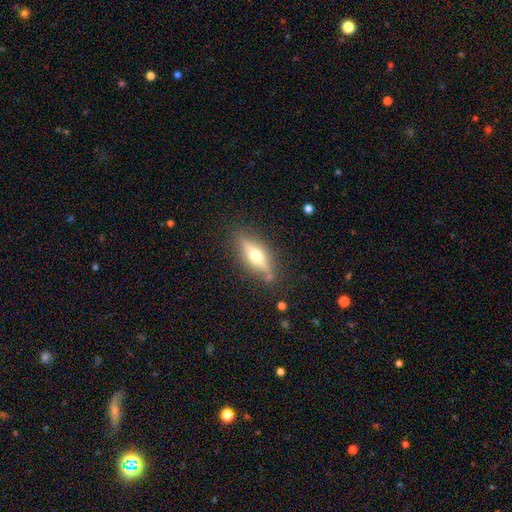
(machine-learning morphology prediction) Smooth or featured?
  - featured or disk: 58% *
  - smooth: 35%
  - star or artifact: 7%
Edge-on disk?
  - yes: 89% *
  - no: 11%
Edge-on bulge?
  - rounded: 94% *
  - boxy: 3%
  - none: 2%
Merging?
  - none: 80% *
  - minor disturbance: 13%
  - major disturbance: 4%
  - merger: 3%